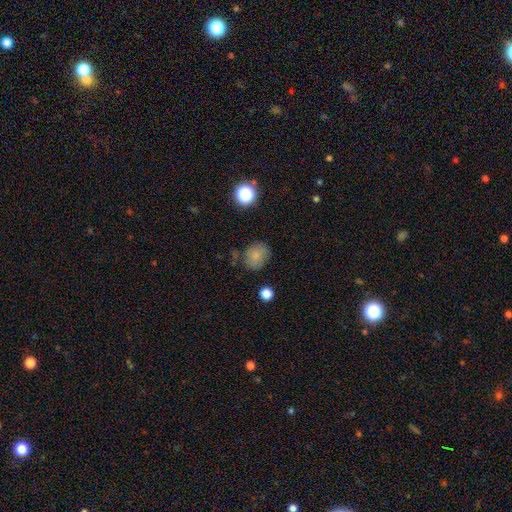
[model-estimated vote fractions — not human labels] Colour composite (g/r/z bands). It shows a smooth galaxy with no disk features (79%) that is round (61%). Merging: none (73%).